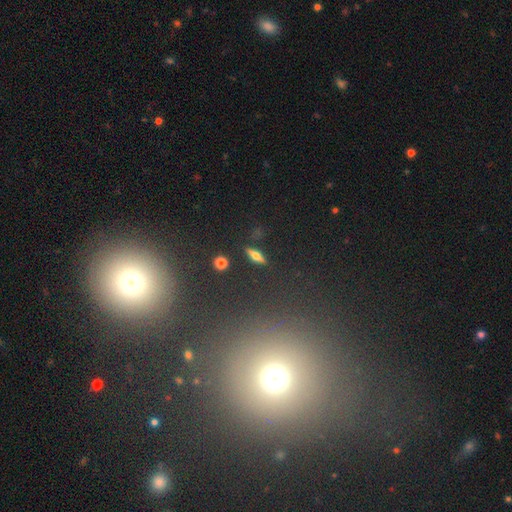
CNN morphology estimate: A smooth galaxy with no disk features (47%).

Vote fractions:
- Smooth or featured? smooth: 47% / featured or disk: 41% / star or artifact: 12%
- Merging? none: 87% / minor disturbance: 8% / merger: 3% / major disturbance: 2%